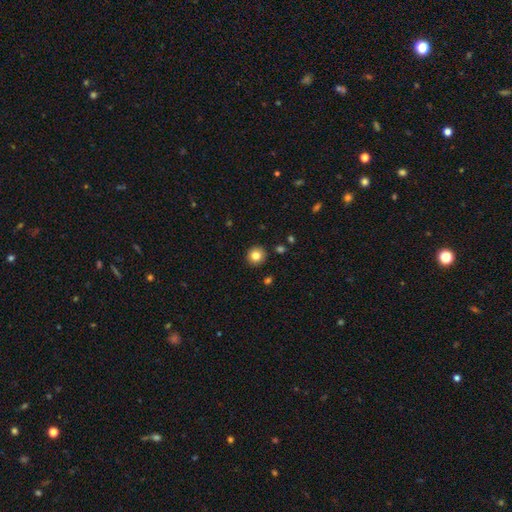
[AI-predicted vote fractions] Smooth or featured?
  - smooth: 82% *
  - star or artifact: 11%
  - featured or disk: 7%
How rounded?
  - round: 93% *
  - in between: 6%
  - cigar-shaped: 1%
Merging?
  - none: 92% *
  - minor disturbance: 5%
  - major disturbance: 2%
  - merger: 1%